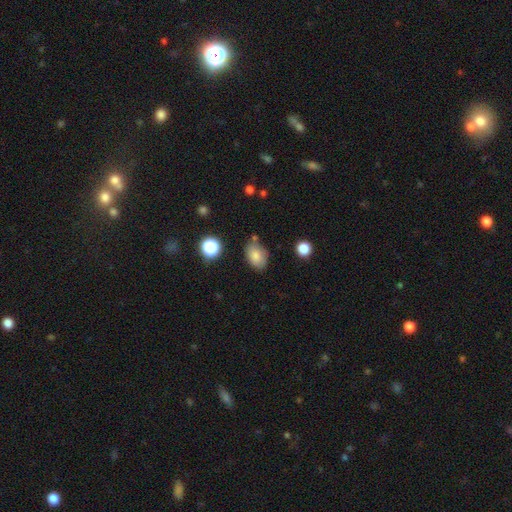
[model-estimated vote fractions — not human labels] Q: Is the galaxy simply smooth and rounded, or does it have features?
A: smooth — 81%.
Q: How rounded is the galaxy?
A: in between — 82%.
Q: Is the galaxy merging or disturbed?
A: none — 71%.